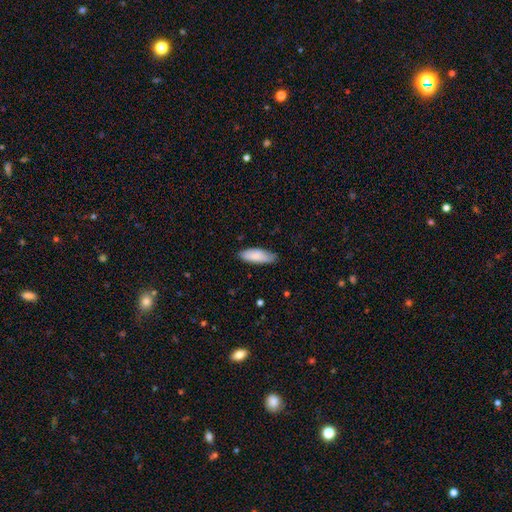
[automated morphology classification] Smooth or featured?
  - smooth: 85% *
  - featured or disk: 9%
  - star or artifact: 6%
How rounded?
  - in between: 70% *
  - cigar-shaped: 29%
  - round: 2%
Merging?
  - none: 78% *
  - minor disturbance: 19%
  - major disturbance: 3%
  - merger: 1%